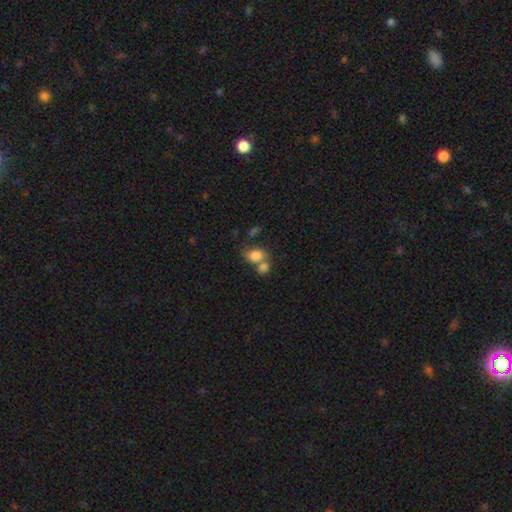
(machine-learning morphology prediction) Smooth or featured? Predicted: smooth (p=0.81). How rounded? Predicted: in between (p=0.65). Merging? Predicted: merger (p=0.51).